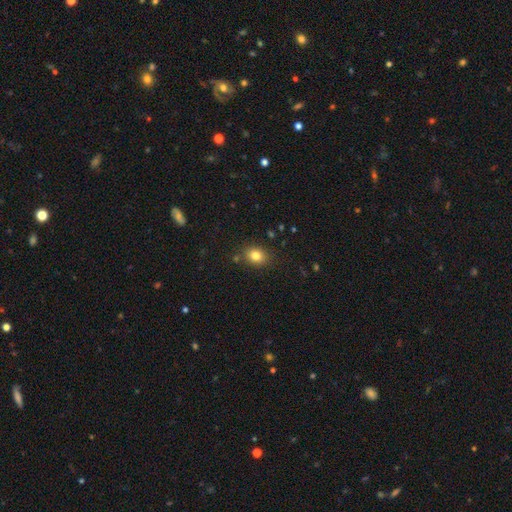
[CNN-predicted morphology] smooth 81%, star or artifact 11%, featured or disk 7%. Down the decision tree: how rounded — in between (51%); merging — none (82%).